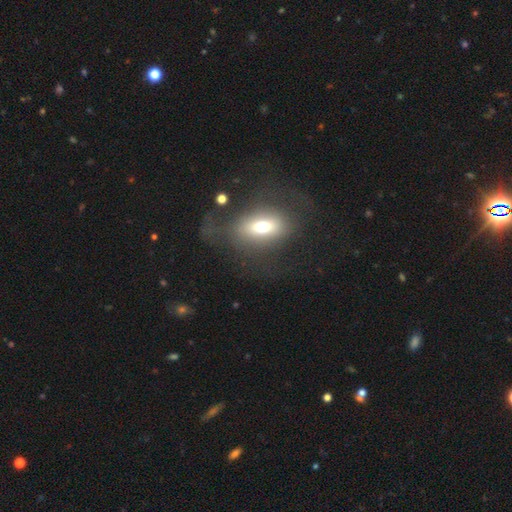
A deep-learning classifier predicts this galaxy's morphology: Overall: featured or disk (45%; smooth 43%). Merging: none (58%; major disturbance 21%).